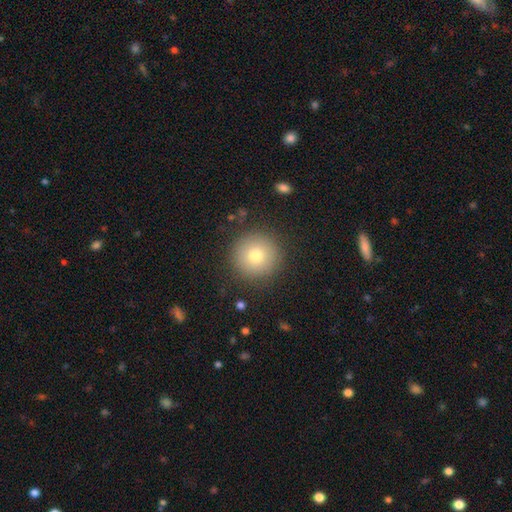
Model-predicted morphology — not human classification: smooth-or-featured: smooth: 77% | star or artifact: 12% | featured or disk: 11%
  how-rounded: round: 96% | in between: 3% | cigar-shaped: 1%
  merging: none: 90% | minor disturbance: 6% | major disturbance: 2% | merger: 1%